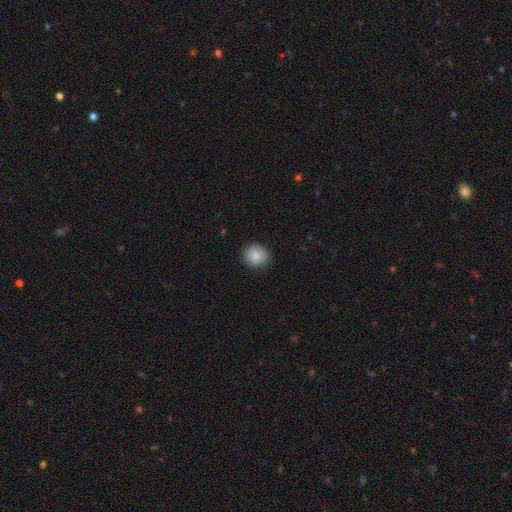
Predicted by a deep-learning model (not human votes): Morphology: type=smooth (83%); roundness=round (85%); merging=none (80%).